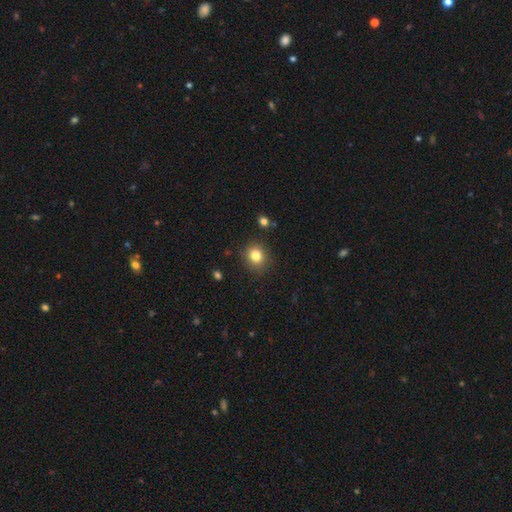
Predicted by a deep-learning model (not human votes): A smooth galaxy with no disk features (81%) that is round (77%).

Vote fractions:
- Smooth or featured? smooth: 81% / star or artifact: 12% / featured or disk: 7%
- How rounded? round: 77% / in between: 22% / cigar-shaped: 1%
- Merging? none: 86% / minor disturbance: 9% / major disturbance: 3% / merger: 2%